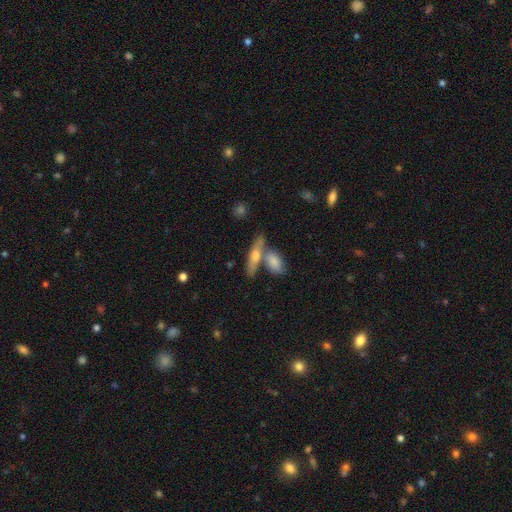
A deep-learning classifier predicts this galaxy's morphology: This appears to be a smooth galaxy with no disk features (58%) that is cigar-shaped (59%). Merging: none (51%).